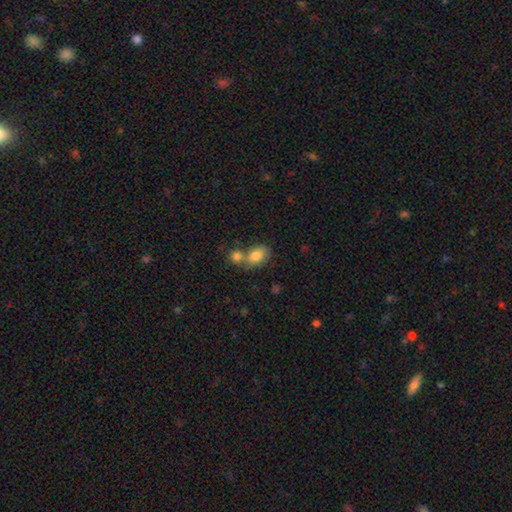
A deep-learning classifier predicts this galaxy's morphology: Smooth or featured? smooth (82%)
How rounded? in between (78%)
Merging? merger (44%)